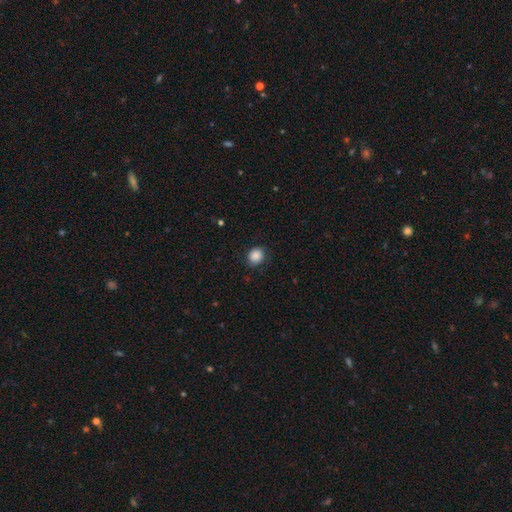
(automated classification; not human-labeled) Overall: smooth (87%). How rounded: round (77%). Merging: none (82%).